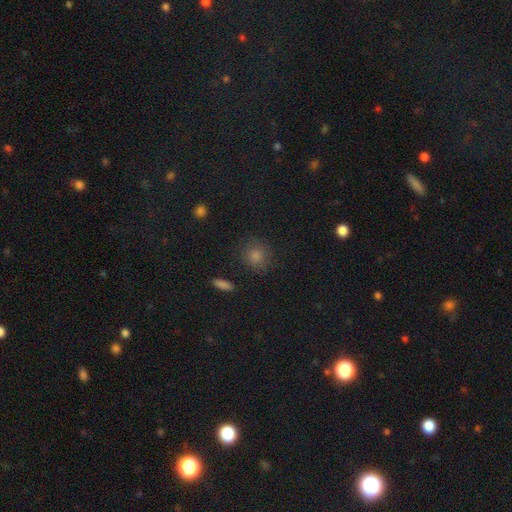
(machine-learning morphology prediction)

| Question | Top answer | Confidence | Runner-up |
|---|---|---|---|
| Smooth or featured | smooth | 72% | star or artifact (20%) |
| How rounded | round | 88% | in between (11%) |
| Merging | none | 86% | minor disturbance (9%) |